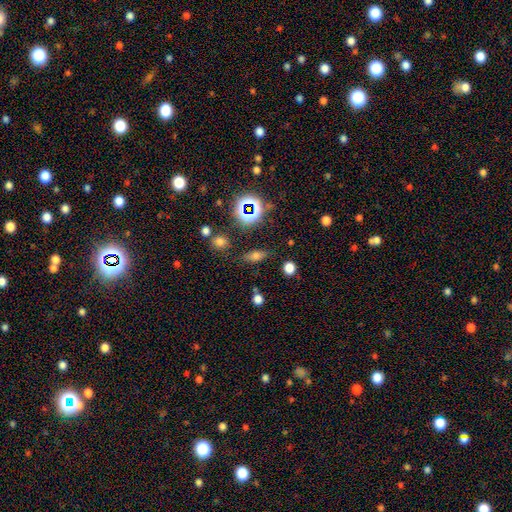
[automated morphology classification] smooth 60%, star or artifact 22%, featured or disk 17%. Down the decision tree: how rounded — in between (62%); merging — none (81%).